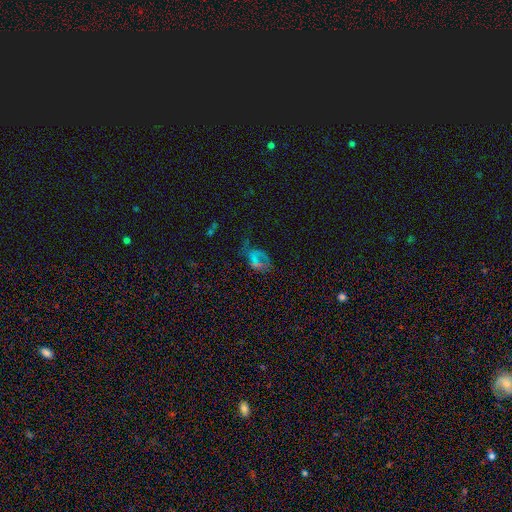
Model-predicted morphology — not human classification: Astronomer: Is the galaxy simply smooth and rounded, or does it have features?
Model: featured or disk — 34% (runner-up: smooth, 33%).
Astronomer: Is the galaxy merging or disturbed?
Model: major disturbance — 37% (runner-up: none, 32%).